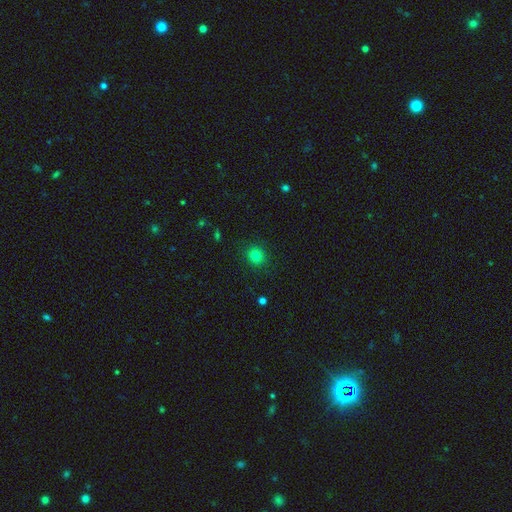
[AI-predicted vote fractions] smooth_or_featured: smooth (p=0.81) [alt: star or artifact p=0.14]
how_rounded: round (p=0.85) [alt: in between p=0.14]
merging: none (p=0.90) [alt: minor disturbance p=0.07]